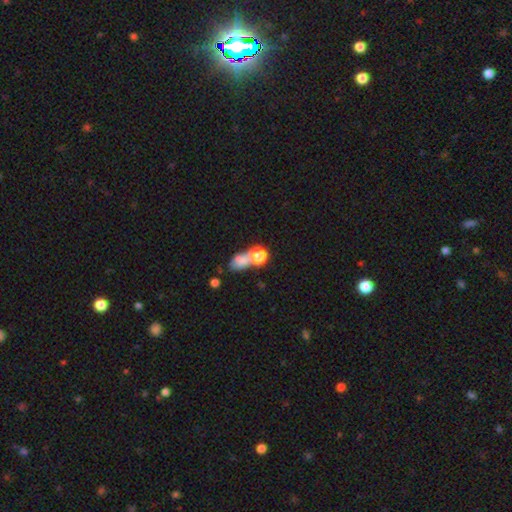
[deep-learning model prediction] Smooth or featured?
  - smooth: 58% *
  - star or artifact: 29%
  - featured or disk: 13%
How rounded?
  - round: 63% *
  - in between: 31%
  - cigar-shaped: 6%
Merging?
  - none: 48% *
  - merger: 36%
  - minor disturbance: 9%
  - major disturbance: 7%